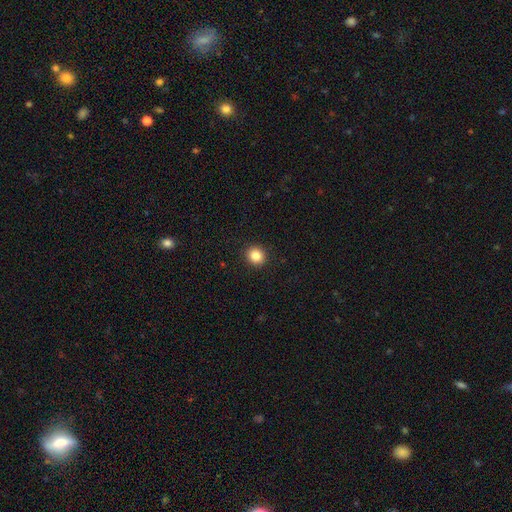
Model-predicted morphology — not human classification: A smooth galaxy with no disk features (85%) that is round (85%). Merging: none (92%).